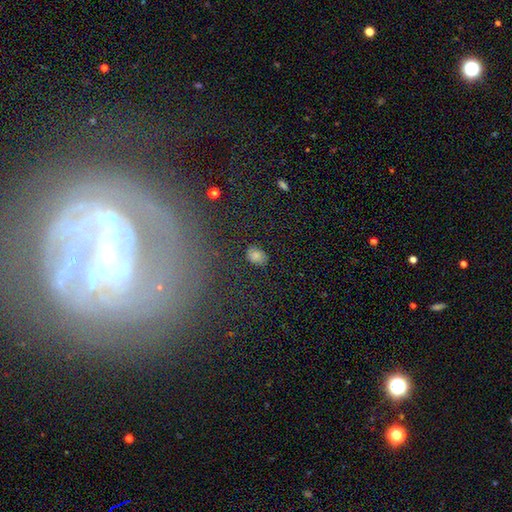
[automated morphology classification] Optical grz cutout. It shows a smooth galaxy with no disk features (76%) that is in between round and cigar-shaped (65%). Merging: none (78%).